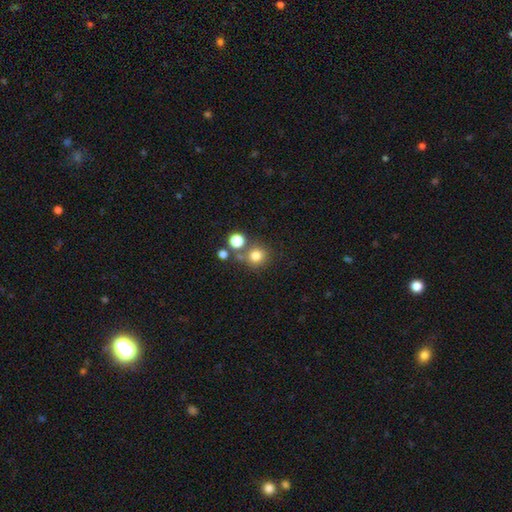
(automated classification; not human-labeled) Overall: smooth (78%). How rounded: round (90%). Merging: none (68%).